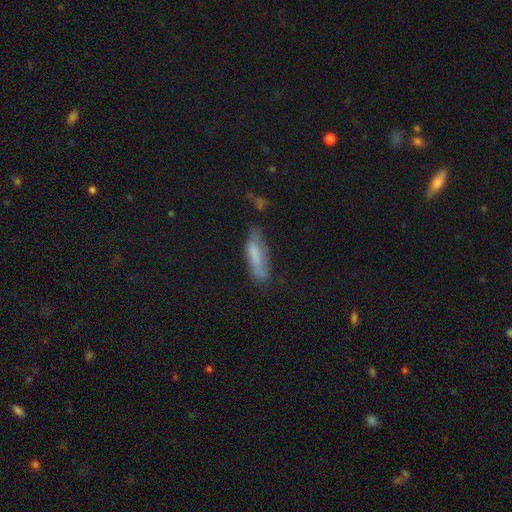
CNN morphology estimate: type=smooth (65%); roundness=cigar-shaped (60%); merging=none (53%).